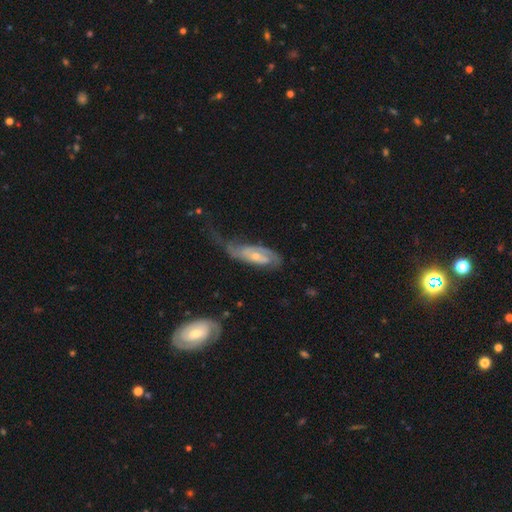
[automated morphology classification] Smooth or featured? Predicted: featured or disk (p=0.74). Edge-on disk? Predicted: no (p=0.89). Bar? Predicted: no (p=0.58). Spiral arms? Predicted: yes (p=0.89). Spiral winding? Predicted: tight (p=0.39). Spiral arm count? Predicted: 2 (p=0.64). Bulge size? Predicted: small (p=0.53). Merging? Predicted: none (p=0.35).